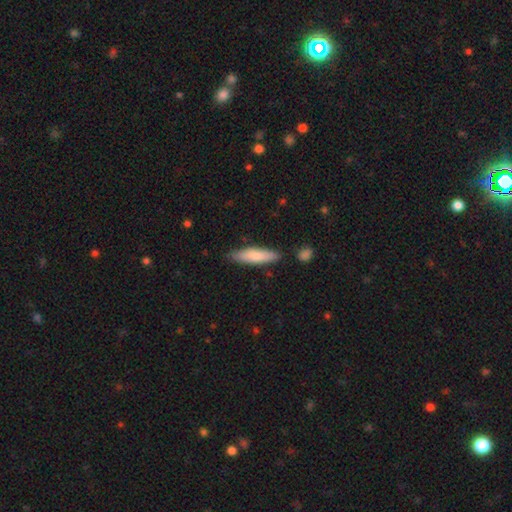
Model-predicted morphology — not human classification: This is likely a smooth galaxy (79%). How rounded: likely cigar-shaped (72%). Merging: clearly none (82%).